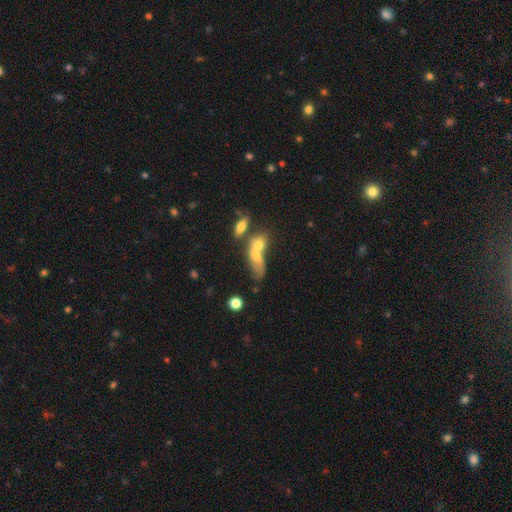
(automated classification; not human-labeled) A smooth galaxy with no disk features (60%) that is in between round and cigar-shaped (69%). Merging: merger (63%).